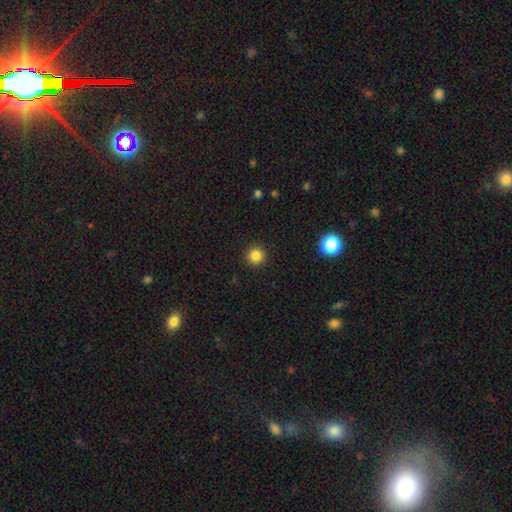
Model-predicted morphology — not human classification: Overall: smooth (84%). How rounded: round (96%). Merging: none (93%).